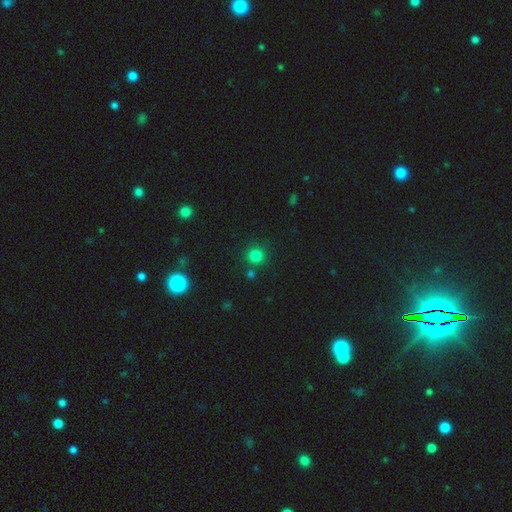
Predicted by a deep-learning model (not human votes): This appears to be a smooth galaxy with no disk features (80%) that is round (93%). Merging: none (80%).